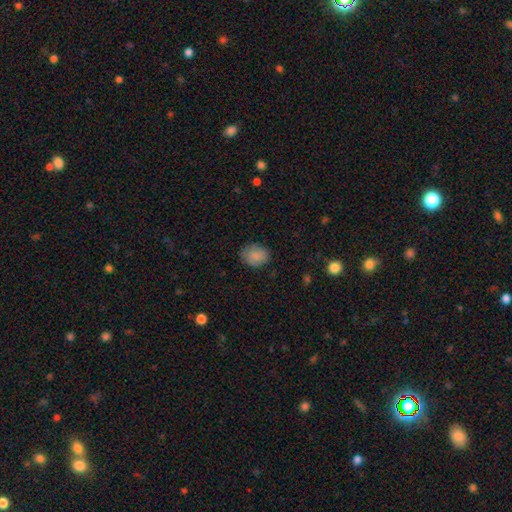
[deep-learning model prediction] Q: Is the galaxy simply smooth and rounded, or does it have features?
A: smooth — 86%.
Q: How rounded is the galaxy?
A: round — 54%.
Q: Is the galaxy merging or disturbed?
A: none — 78%.